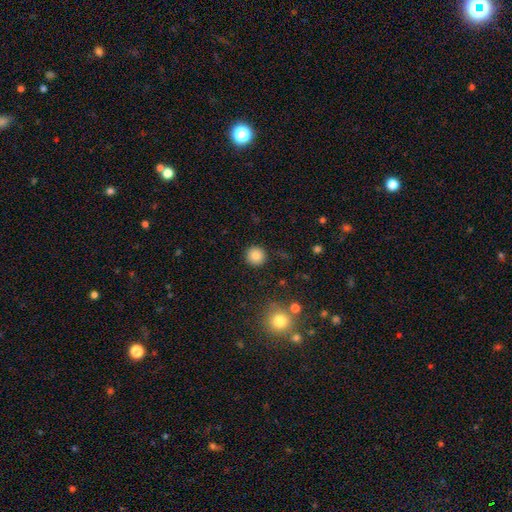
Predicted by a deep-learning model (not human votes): smooth-or-featured: smooth: 86% | star or artifact: 10% | featured or disk: 4%
  how-rounded: round: 94% | in between: 5% | cigar-shaped: 1%
  merging: none: 90% | minor disturbance: 6% | major disturbance: 2% | merger: 2%